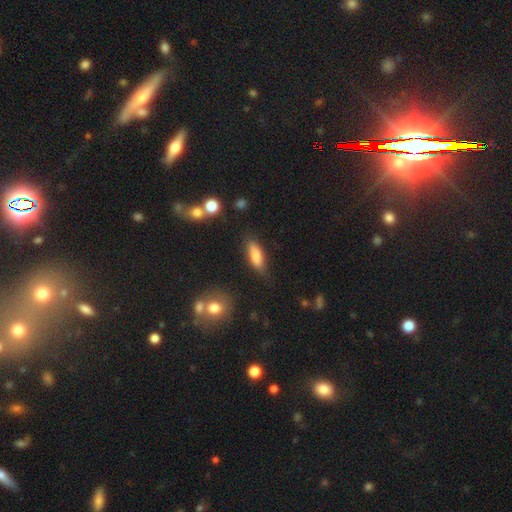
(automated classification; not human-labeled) Q: Smooth or featured?
A: smooth (78%); runner-up: featured or disk (15%)
Q: How rounded?
A: in between (55%); runner-up: cigar-shaped (42%)
Q: Merging?
A: none (77%); runner-up: minor disturbance (16%)